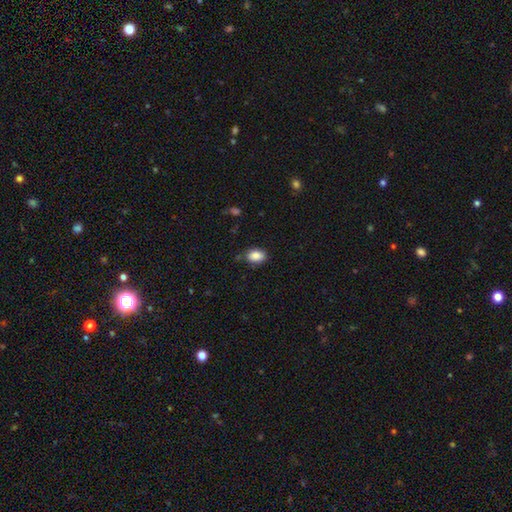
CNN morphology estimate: A smooth galaxy with no disk features (88%) that is in between round and cigar-shaped (84%). Merging: none (80%).